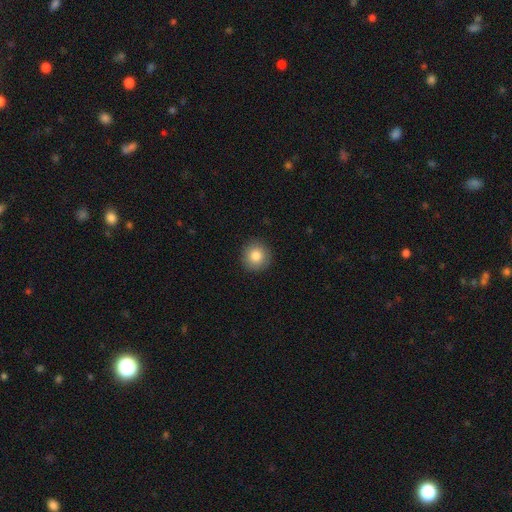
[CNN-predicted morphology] Smooth or featured: smooth — 83% (star or artifact — 9%)
How rounded: round — 94% (in between — 5%)
Merging: none — 92% (minor disturbance — 6%)